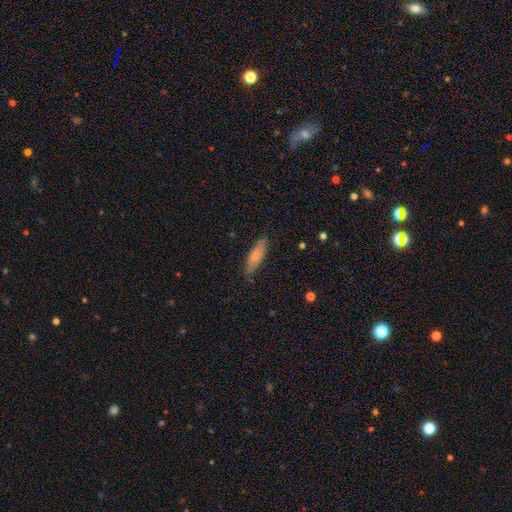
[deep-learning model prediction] smooth-or-featured: smooth: 76% | featured or disk: 18% | star or artifact: 6%
  how-rounded: cigar-shaped: 62% | in between: 37% | round: 2%
  merging: none: 79% | minor disturbance: 17% | major disturbance: 3% | merger: 1%